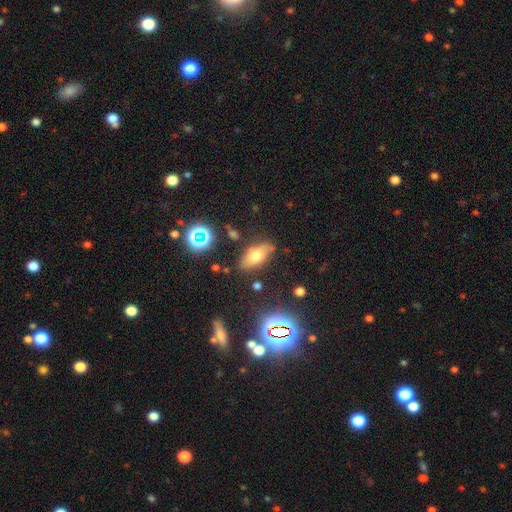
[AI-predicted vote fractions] Smooth or featured? smooth (64%)
How rounded? in between (84%)
Merging? none (76%)